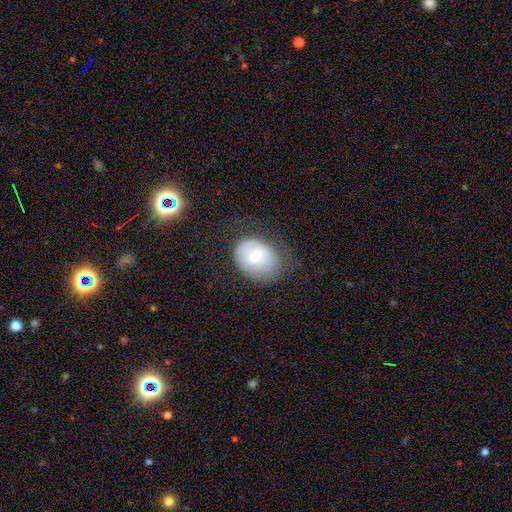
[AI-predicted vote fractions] Overall: smooth (63%; featured or disk 30%). How rounded: in between (66%; round 33%). Merging: none (48%; minor disturbance 32%).